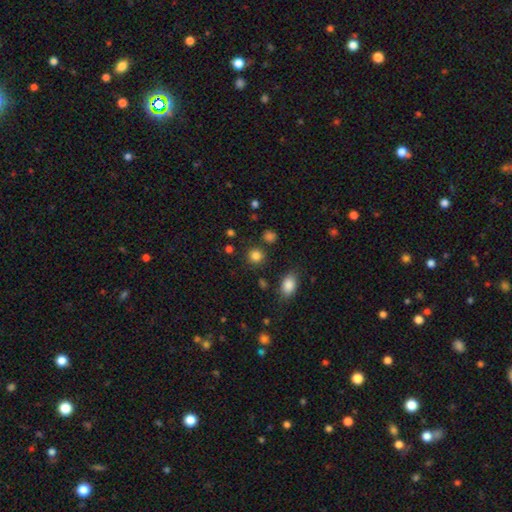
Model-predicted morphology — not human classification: smooth_or_featured: smooth (p=0.84) [alt: star or artifact p=0.12]
how_rounded: round (p=0.89) [alt: in between p=0.10]
merging: none (p=0.86) [alt: minor disturbance p=0.07]